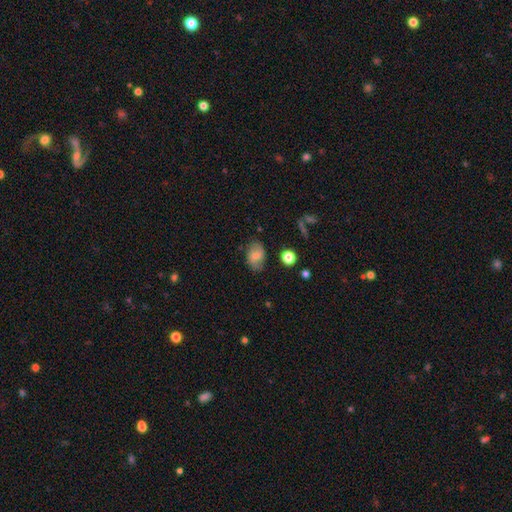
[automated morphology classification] Smooth or featured? Predicted: smooth (p=0.61). How rounded? Predicted: in between (p=0.80). Merging? Predicted: none (p=0.73).